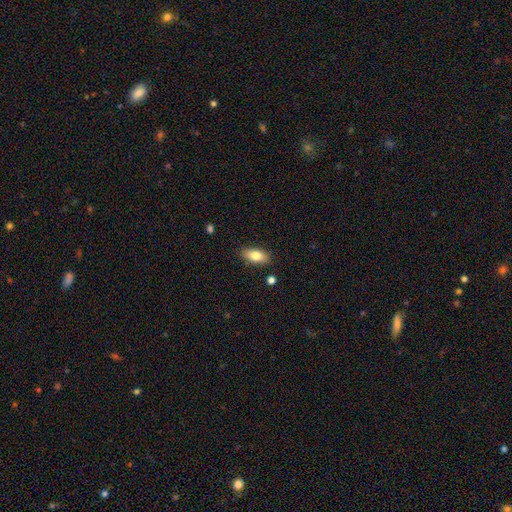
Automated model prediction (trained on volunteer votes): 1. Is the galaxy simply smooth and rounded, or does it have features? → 79% smooth, 14% featured or disk, 7% star or artifact.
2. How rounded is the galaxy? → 87% in between, 9% cigar-shaped, 4% round.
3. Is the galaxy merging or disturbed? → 85% none, 10% minor disturbance, 2% major disturbance, 2% merger.